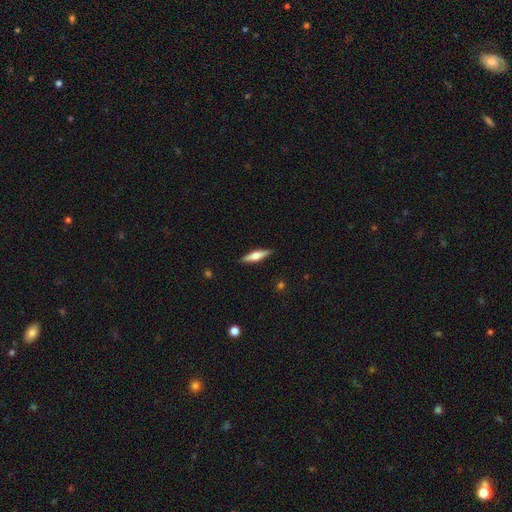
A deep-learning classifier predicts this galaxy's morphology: smooth_or_featured: featured or disk (p=0.53) [alt: smooth p=0.41]
disk_edge_on: yes (p=0.96) [alt: no p=0.04]
edge_on_bulge: rounded (p=0.89) [alt: boxy p=0.08]
merging: none (p=0.90) [alt: minor disturbance p=0.08]